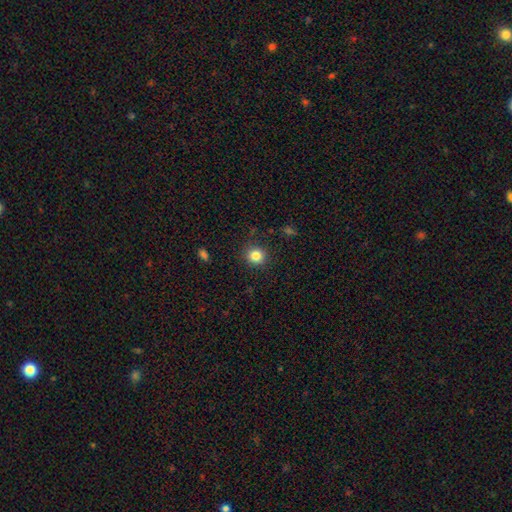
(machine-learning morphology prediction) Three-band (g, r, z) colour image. It shows a smooth galaxy with no disk features (83%) that is round (92%). Merging: none (89%).